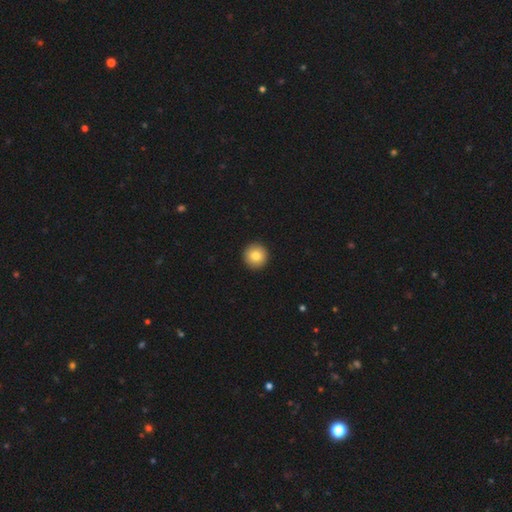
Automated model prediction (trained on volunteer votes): Smooth or featured?
  - smooth: 82% *
  - featured or disk: 10%
  - star or artifact: 8%
How rounded?
  - round: 96% *
  - in between: 3%
  - cigar-shaped: 1%
Merging?
  - none: 94% *
  - minor disturbance: 4%
  - major disturbance: 1%
  - merger: 1%